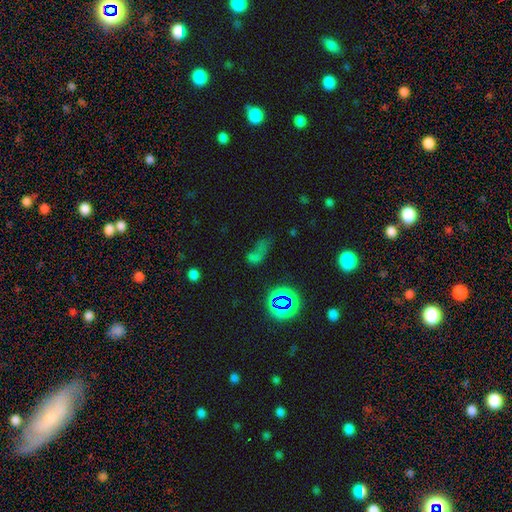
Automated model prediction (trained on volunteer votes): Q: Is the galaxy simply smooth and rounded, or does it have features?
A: smooth — 45%.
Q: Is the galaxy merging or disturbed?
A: none — 34%.